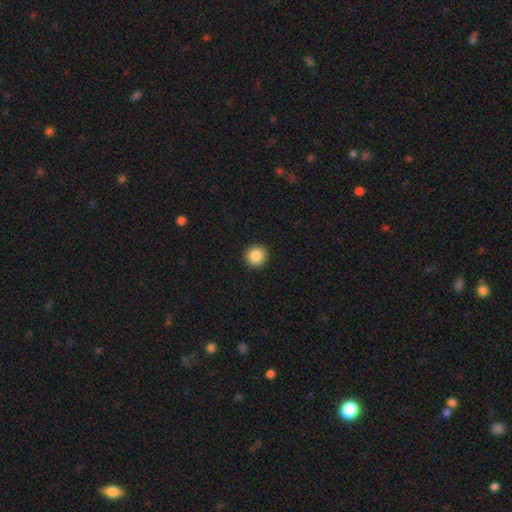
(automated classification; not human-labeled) smooth-or-featured: smooth: 86% | star or artifact: 9% | featured or disk: 4%
  how-rounded: round: 95% | in between: 4% | cigar-shaped: 1%
  merging: none: 93% | minor disturbance: 4% | major disturbance: 1% | merger: 1%